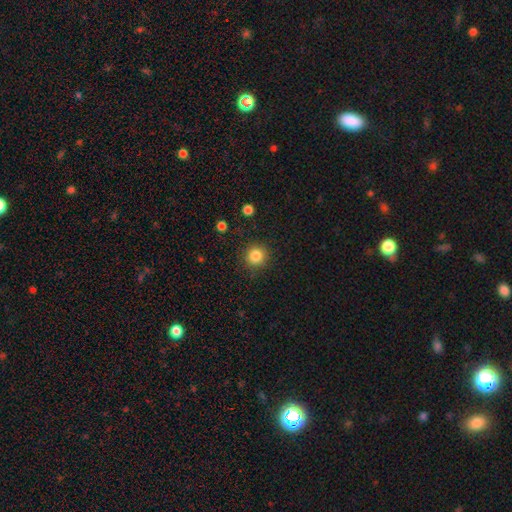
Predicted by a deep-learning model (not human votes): This appears to be a smooth galaxy with no disk features (84%) that is round (92%). Merging: none (89%).